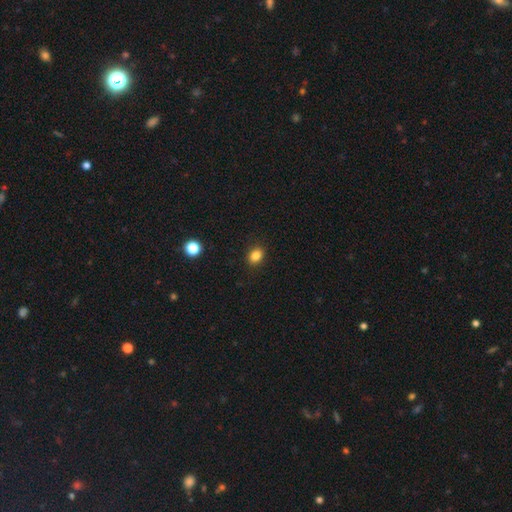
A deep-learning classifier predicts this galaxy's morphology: Smooth or featured: smooth — 84% (star or artifact — 11%)
How rounded: in between — 52% (round — 47%)
Merging: none — 88% (minor disturbance — 8%)